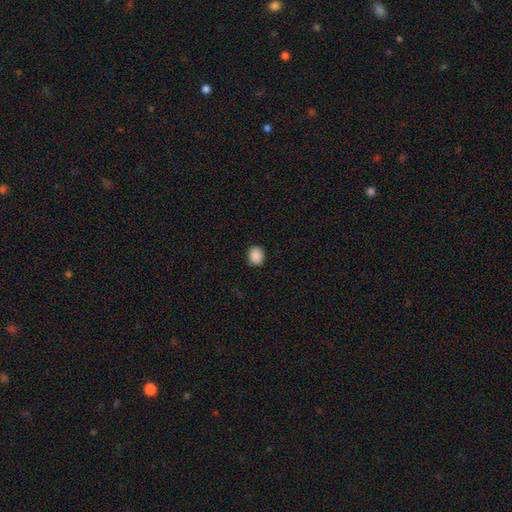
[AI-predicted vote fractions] Smooth or featured: smooth — 89% (star or artifact — 9%)
How rounded: round — 64% (in between — 35%)
Merging: none — 87% (minor disturbance — 9%)